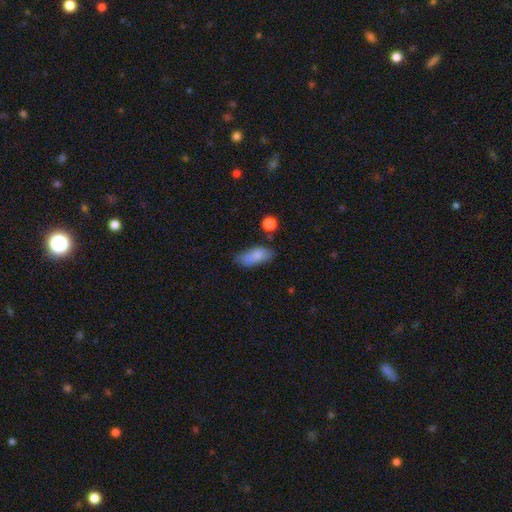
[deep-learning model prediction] Smooth or featured?
  - smooth: 80% *
  - featured or disk: 12%
  - star or artifact: 8%
How rounded?
  - in between: 82% *
  - cigar-shaped: 14%
  - round: 3%
Merging?
  - none: 57% *
  - minor disturbance: 28%
  - major disturbance: 9%
  - merger: 6%